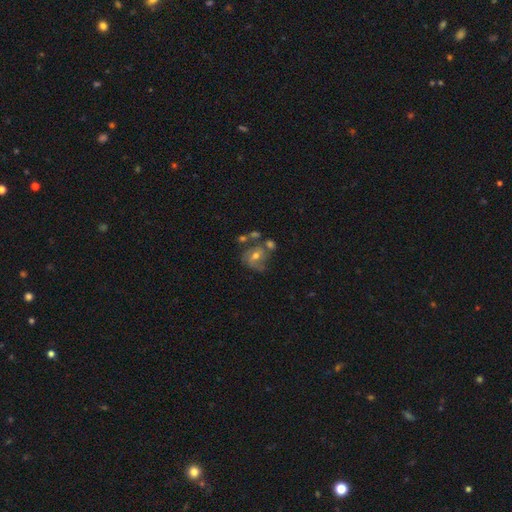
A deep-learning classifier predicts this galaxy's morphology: Smooth or featured: featured or disk — 60% (smooth — 28%)
Edge-on disk: no — 97% (yes — 3%)
Bar: no — 56% (weak — 34%)
Spiral arms: yes — 78% (no — 22%)
Bulge size: moderate — 67% (small — 26%)
Merging: none — 47% (merger — 20%)